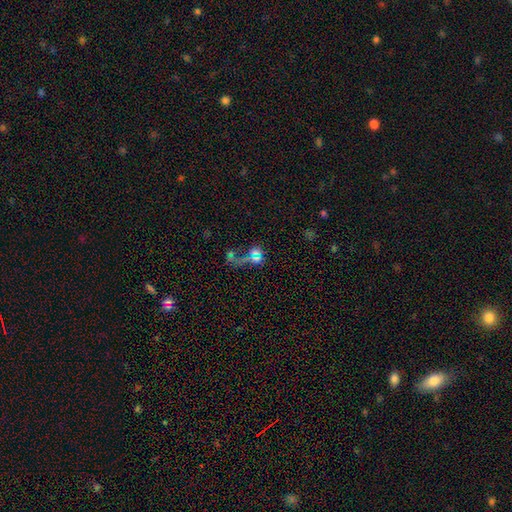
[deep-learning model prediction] Morphology: type=star or artifact (58%).